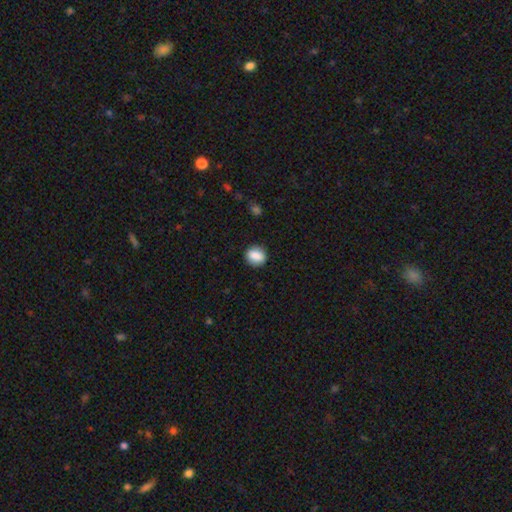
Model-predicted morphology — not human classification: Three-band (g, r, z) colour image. It shows a smooth galaxy with no disk features (85%) that is round (62%). Merging: none (87%).